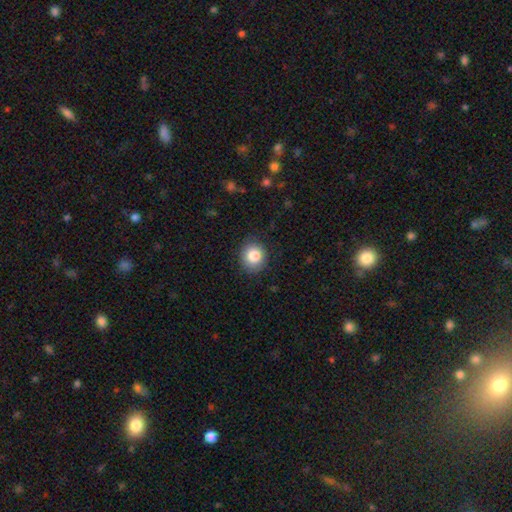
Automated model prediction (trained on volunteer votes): This is clearly a smooth galaxy (85%). How rounded: likely round (74%). Merging: clearly none (85%).